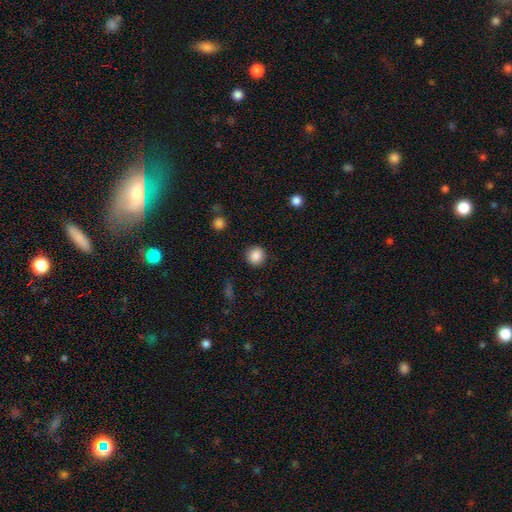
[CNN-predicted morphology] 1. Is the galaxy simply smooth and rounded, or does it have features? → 87% smooth, 10% star or artifact, 3% featured or disk.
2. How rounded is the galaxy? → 90% round, 9% in between, 1% cigar-shaped.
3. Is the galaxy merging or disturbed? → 90% none, 7% minor disturbance, 3% major disturbance, 1% merger.